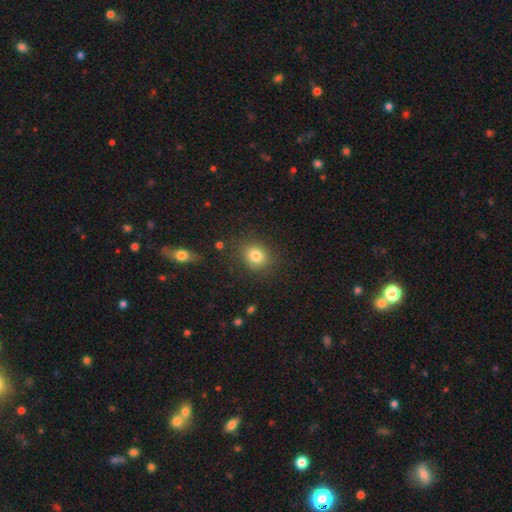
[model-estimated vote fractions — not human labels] Smooth or featured: smooth — 82% (star or artifact — 11%)
How rounded: round — 67% (in between — 32%)
Merging: none — 82% (minor disturbance — 11%)